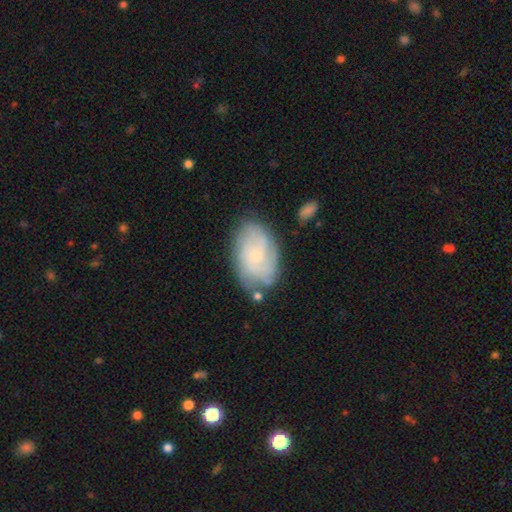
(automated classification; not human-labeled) This is possibly a featured or disk galaxy (56%). It is clearly not viewed edge-on (96%). Bar: likely no (76%). Spiral arm pattern: clearly yes (80%). Central bulge: likely small (76%). Merging: likely none (68%).